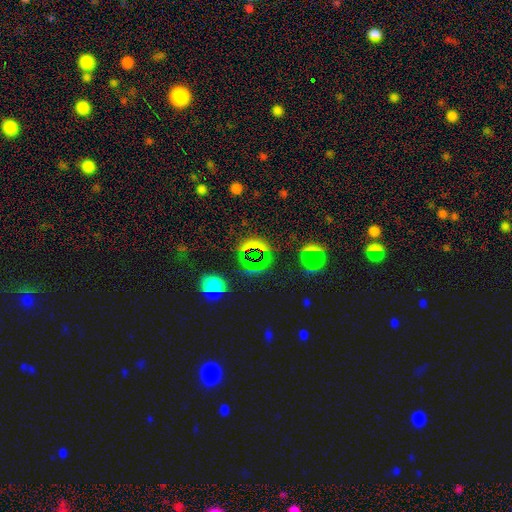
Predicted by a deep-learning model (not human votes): The model was most divided on "smooth or featured": star or artifact: 73%, smooth: 18%, featured or disk: 9%.